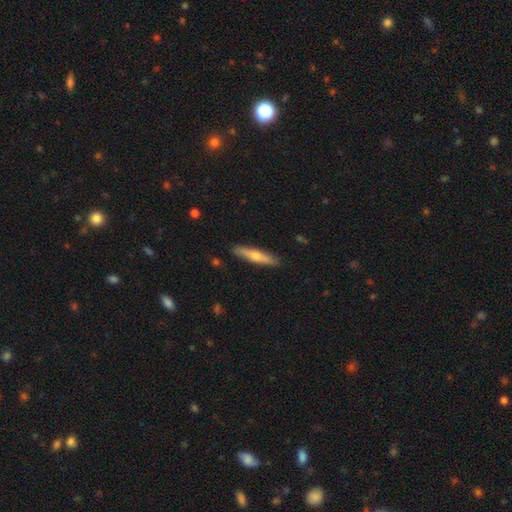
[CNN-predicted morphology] smooth-or-featured: featured or disk: 48% | smooth: 46% | star or artifact: 6%
  merging: none: 90% | minor disturbance: 8% | major disturbance: 1% | merger: 1%